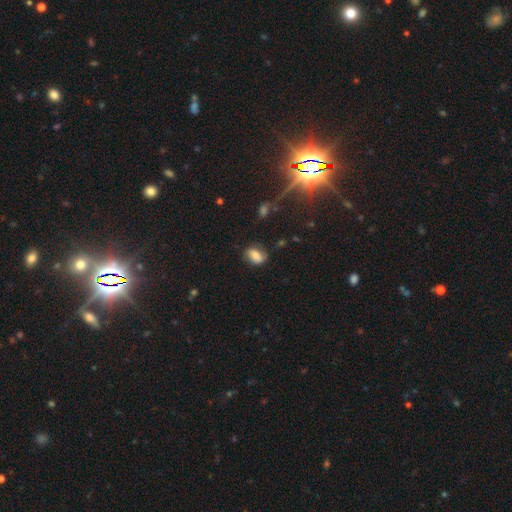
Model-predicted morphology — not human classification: Smooth or featured: smooth — 61% (featured or disk — 28%)
How rounded: in between — 78% (round — 19%)
Merging: none — 65% (minor disturbance — 24%)